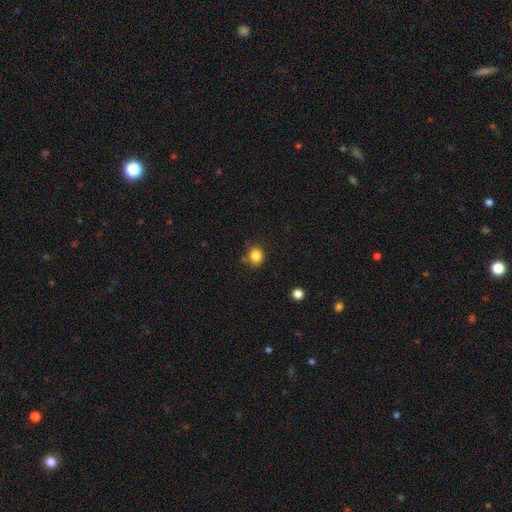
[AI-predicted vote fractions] Morphology: type=smooth (84%); roundness=round (73%); merging=none (77%).